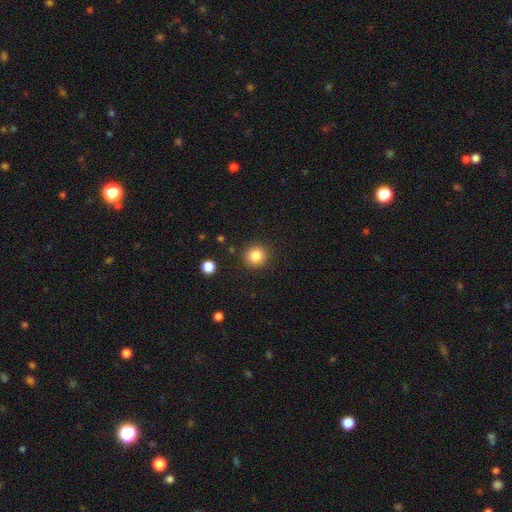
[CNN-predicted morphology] smooth_or_featured: smooth (p=0.84) [alt: star or artifact p=0.11]
how_rounded: round (p=0.94) [alt: in between p=0.05]
merging: none (p=0.90) [alt: minor disturbance p=0.06]